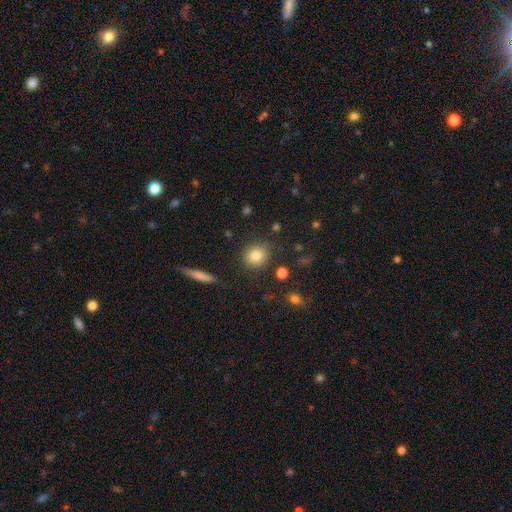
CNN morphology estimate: Q: Smooth or featured?
A: smooth (82%); runner-up: star or artifact (10%)
Q: How rounded?
A: round (76%); runner-up: in between (23%)
Q: Merging?
A: none (84%); runner-up: minor disturbance (10%)